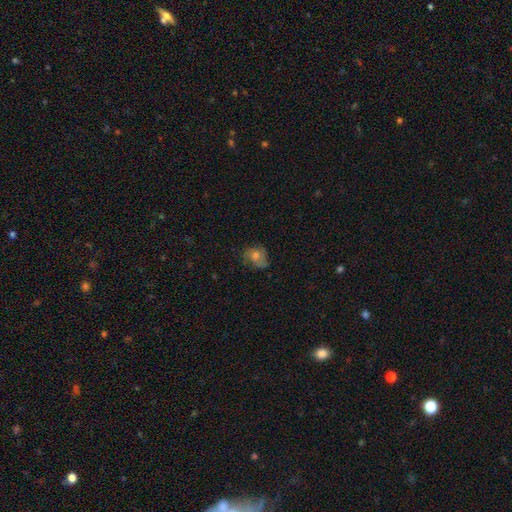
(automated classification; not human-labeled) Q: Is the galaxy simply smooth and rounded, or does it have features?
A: smooth — 44%.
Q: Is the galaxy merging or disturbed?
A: none — 64%.